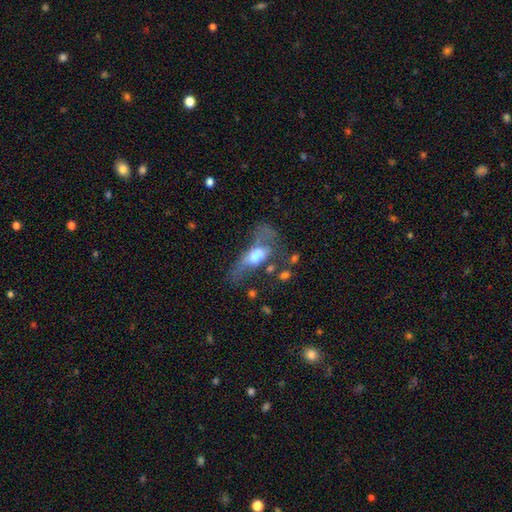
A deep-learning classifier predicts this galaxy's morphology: Smooth or featured: featured or disk — 46% (smooth — 44%)
Merging: major disturbance — 45% (none — 23%)